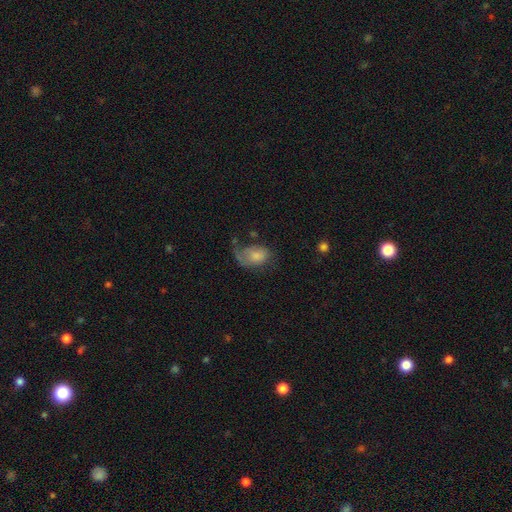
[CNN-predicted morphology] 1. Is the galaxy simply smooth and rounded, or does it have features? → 58% smooth, 34% featured or disk, 9% star or artifact.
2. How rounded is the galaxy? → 82% in between, 17% round, 1% cigar-shaped.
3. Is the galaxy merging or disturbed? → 41% major disturbance, 29% none, 25% minor disturbance, 5% merger.